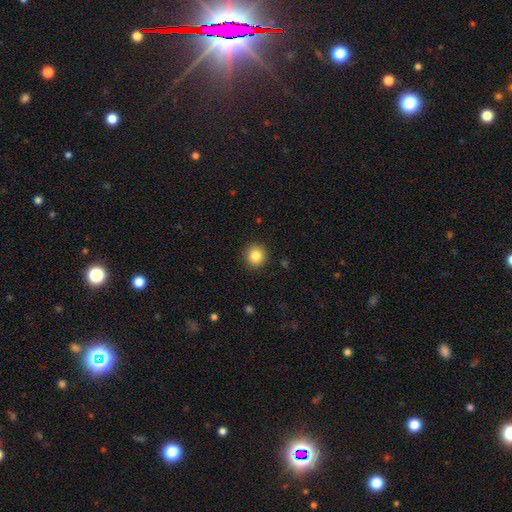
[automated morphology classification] A smooth galaxy with no disk features (85%) that is round (92%).

Vote fractions:
- Smooth or featured? smooth: 85% / star or artifact: 10% / featured or disk: 5%
- How rounded? round: 92% / in between: 7% / cigar-shaped: 1%
- Merging? none: 91% / minor disturbance: 6% / major disturbance: 2% / merger: 1%